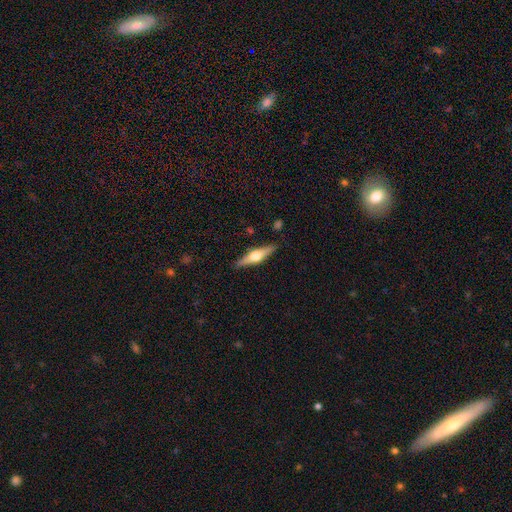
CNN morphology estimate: Smooth or featured?
  - featured or disk: 68% *
  - smooth: 27%
  - star or artifact: 6%
Edge-on disk?
  - yes: 97% *
  - no: 3%
Edge-on bulge?
  - rounded: 94% *
  - boxy: 4%
  - none: 2%
Merging?
  - none: 89% *
  - minor disturbance: 8%
  - major disturbance: 2%
  - merger: 1%